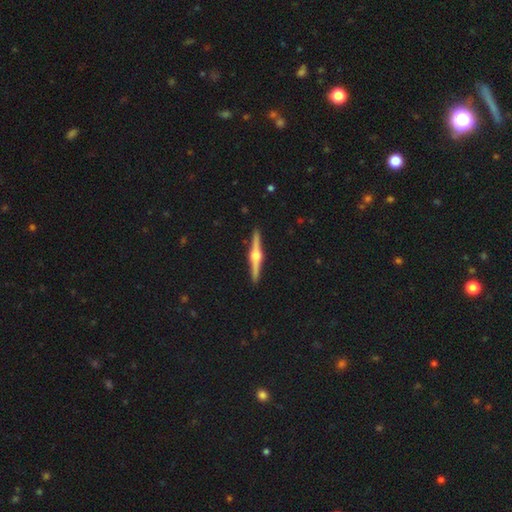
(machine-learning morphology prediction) Smooth or featured? featured or disk (84%)
Edge-on disk? yes (99%)
Edge-on bulge? rounded (95%)
Merging? none (93%)